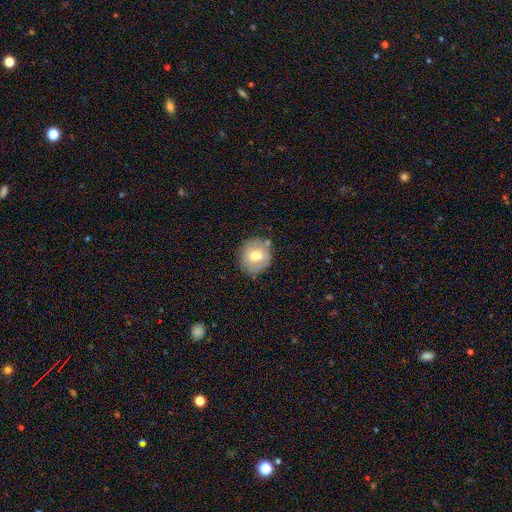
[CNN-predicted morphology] This appears to be a smooth galaxy with no disk features (62%) that is round (83%). Merging: none (78%).